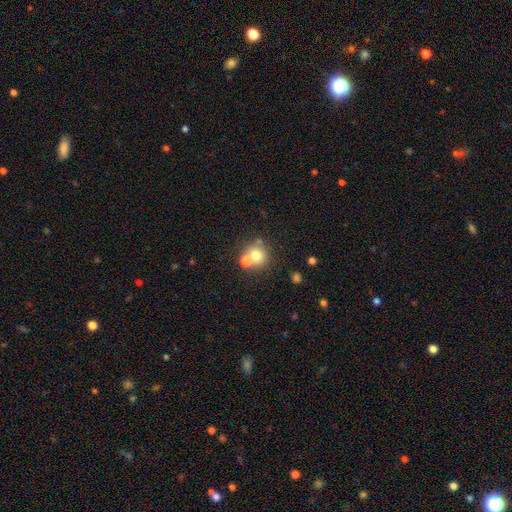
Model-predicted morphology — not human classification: This is likely a smooth galaxy (70%). How rounded: clearly round (86%). Merging: possibly none (52%).